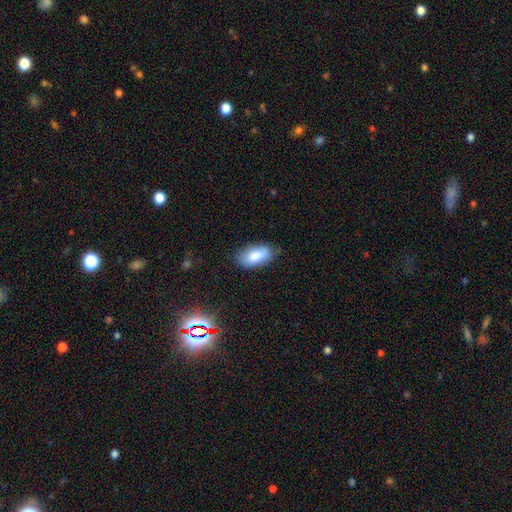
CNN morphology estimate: smooth-or-featured: smooth: 83% | featured or disk: 10% | star or artifact: 7%
  how-rounded: in between: 92% | cigar-shaped: 5% | round: 3%
  merging: none: 74% | minor disturbance: 20% | major disturbance: 4% | merger: 2%